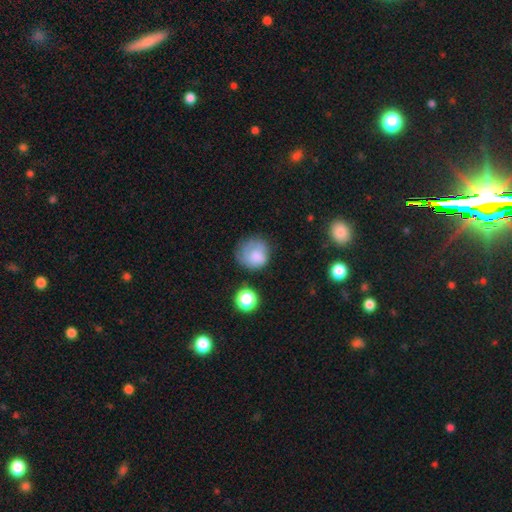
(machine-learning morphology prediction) smooth-or-featured: smooth: 70% | featured or disk: 20% | star or artifact: 10%
  how-rounded: round: 84% | in between: 15% | cigar-shaped: 1%
  merging: none: 55% | minor disturbance: 26% | major disturbance: 15% | merger: 4%